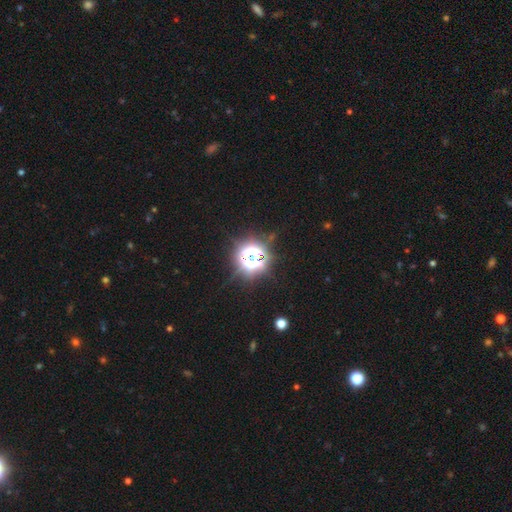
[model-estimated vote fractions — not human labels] A star or artifact, not a galaxy (65%).

Vote fractions:
- Smooth or featured? star or artifact: 65% / smooth: 24% / featured or disk: 11%